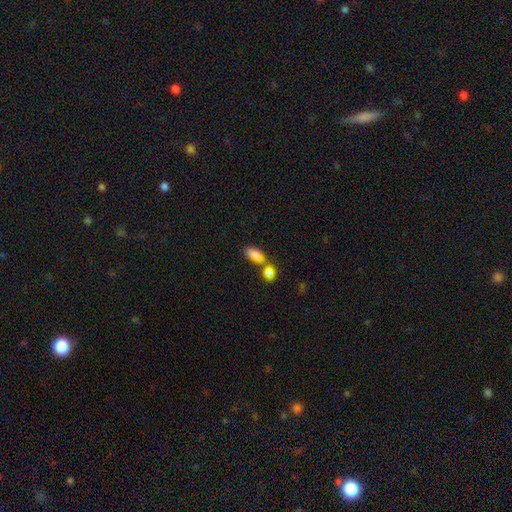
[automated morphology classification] Smooth or featured: smooth — 77% (star or artifact — 13%)
How rounded: in between — 81% (cigar-shaped — 11%)
Merging: merger — 42% (none — 34%)